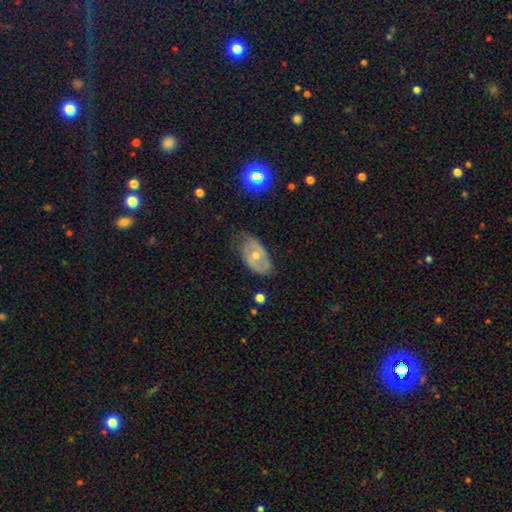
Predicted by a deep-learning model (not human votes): smooth-or-featured: featured or disk: 54% | smooth: 38% | star or artifact: 8%
  disk-edge-on: no: 92% | yes: 8%
  merging: none: 55% | minor disturbance: 33% | major disturbance: 10% | merger: 2%